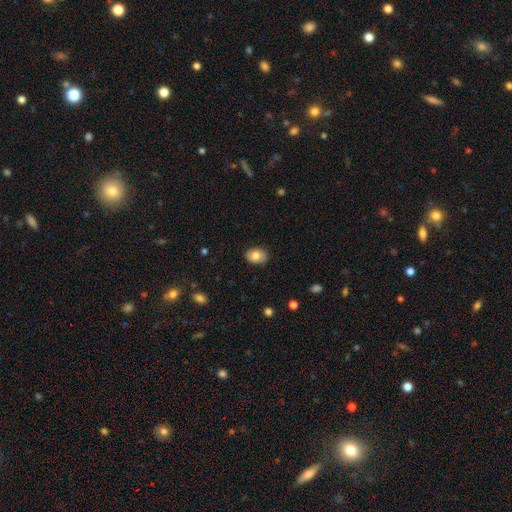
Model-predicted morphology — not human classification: Smooth or featured? smooth (79%)
How rounded? in between (75%)
Merging? none (87%)